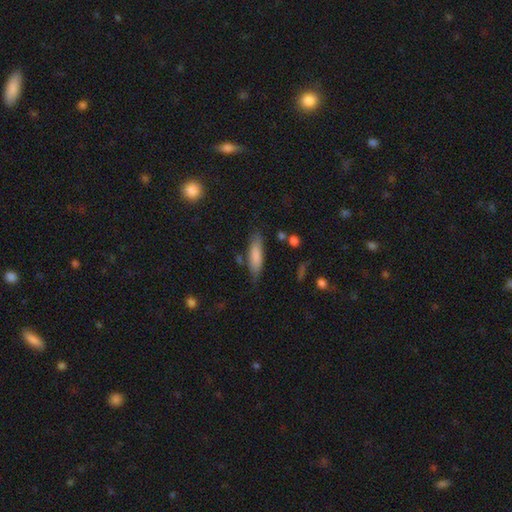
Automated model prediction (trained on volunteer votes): Morphology: type=smooth (81%); roundness=cigar-shaped (61%); merging=none (75%).